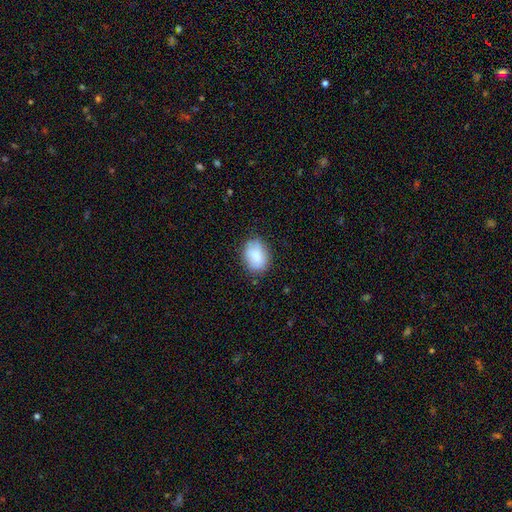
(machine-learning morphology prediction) smooth_or_featured: smooth (p=0.83) [alt: featured or disk p=0.09]
how_rounded: in between (p=0.68) [alt: round p=0.31]
merging: none (p=0.71) [alt: minor disturbance p=0.21]